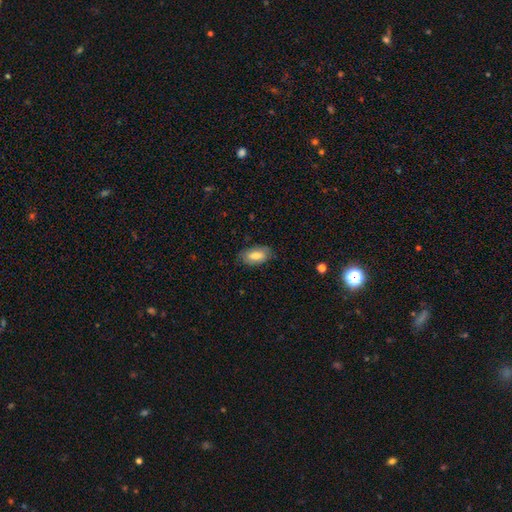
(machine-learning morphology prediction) Smooth or featured?
  - smooth: 74% *
  - featured or disk: 20%
  - star or artifact: 7%
How rounded?
  - in between: 91% *
  - cigar-shaped: 5%
  - round: 3%
Merging?
  - none: 80% *
  - minor disturbance: 16%
  - major disturbance: 3%
  - merger: 1%